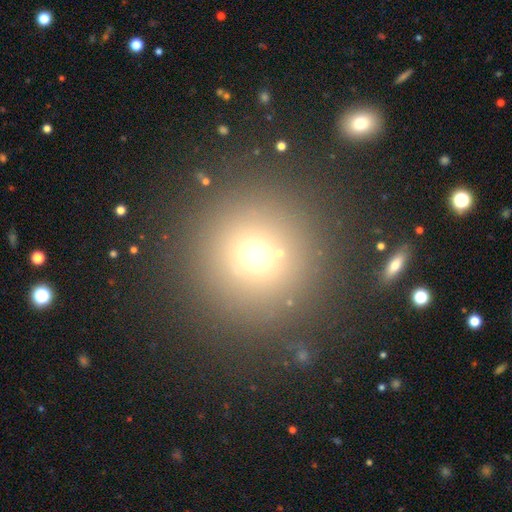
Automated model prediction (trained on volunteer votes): Q: Smooth or featured?
A: smooth (65%); runner-up: star or artifact (25%)
Q: How rounded?
A: round (95%); runner-up: in between (4%)
Q: Merging?
A: none (83%); runner-up: minor disturbance (7%)